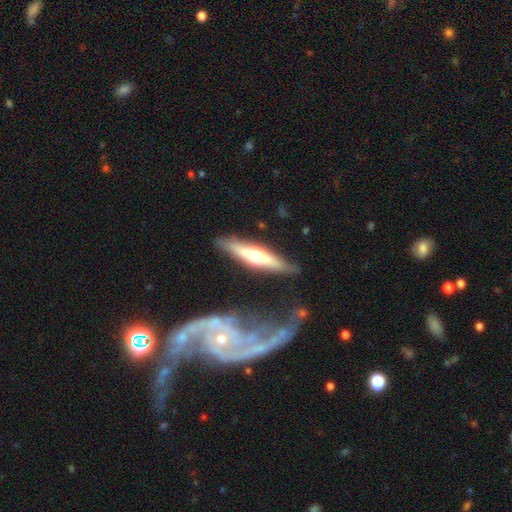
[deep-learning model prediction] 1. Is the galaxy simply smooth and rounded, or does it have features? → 56% featured or disk, 39% smooth, 5% star or artifact.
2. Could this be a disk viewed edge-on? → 88% yes, 12% no.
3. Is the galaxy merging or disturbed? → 83% none, 11% minor disturbance, 3% merger, 3% major disturbance.